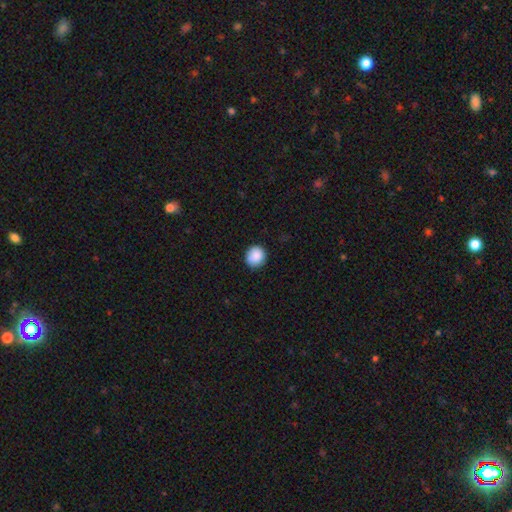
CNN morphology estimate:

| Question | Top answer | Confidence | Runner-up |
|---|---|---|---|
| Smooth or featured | smooth | 88% | star or artifact (8%) |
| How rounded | round | 88% | in between (11%) |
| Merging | none | 86% | minor disturbance (11%) |